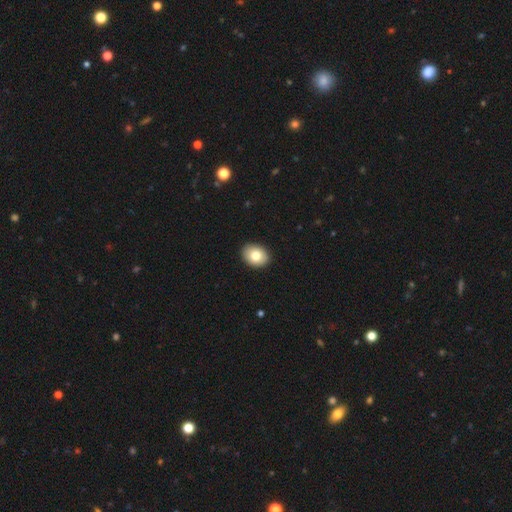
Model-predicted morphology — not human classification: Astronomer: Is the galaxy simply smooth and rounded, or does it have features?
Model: smooth — 80%.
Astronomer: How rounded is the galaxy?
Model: in between — 61% (runner-up: round, 38%).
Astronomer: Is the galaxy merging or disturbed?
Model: none — 91%.